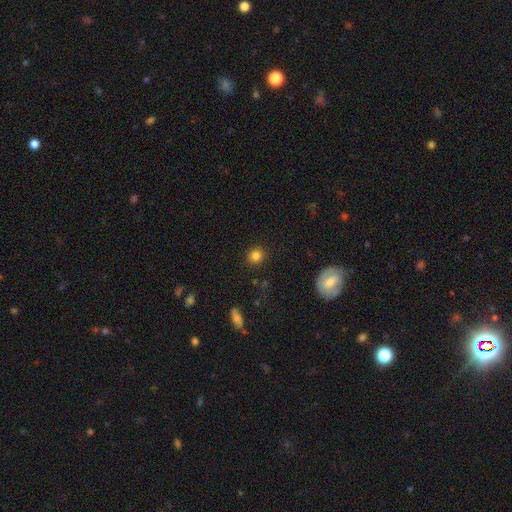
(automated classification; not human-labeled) A smooth galaxy with no disk features (83%) that is round (90%). Merging: none (90%).